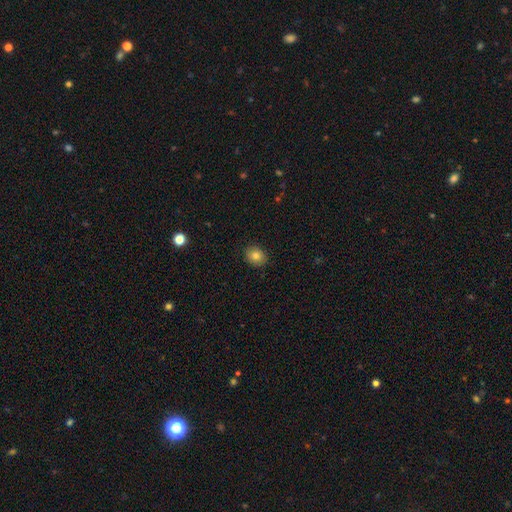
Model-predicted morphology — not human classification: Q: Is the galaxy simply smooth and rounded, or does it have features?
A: smooth — 81%.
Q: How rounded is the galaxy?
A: round — 60%.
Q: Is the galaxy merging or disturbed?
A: none — 90%.